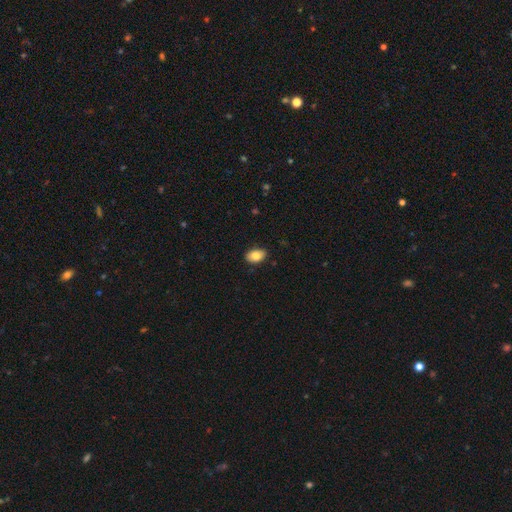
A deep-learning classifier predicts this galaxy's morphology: Overall: smooth (84%). How rounded: in between (89%). Merging: none (86%).